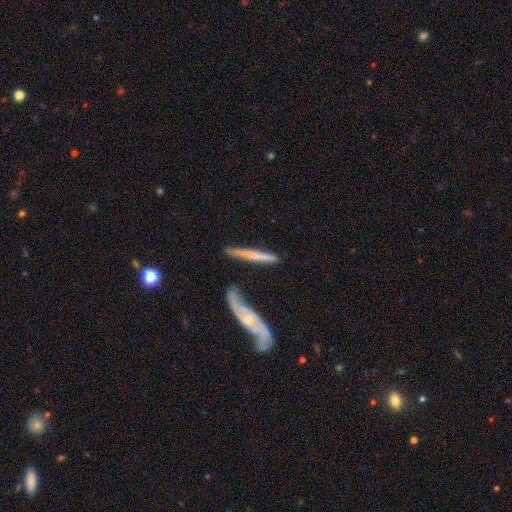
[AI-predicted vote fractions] featured or disk 51%, smooth 43%, star or artifact 6%. Down the decision tree: edge-on disk — yes (82%); merging — none (66%).